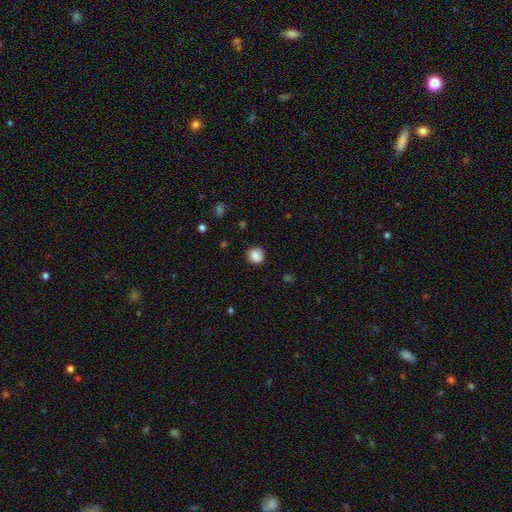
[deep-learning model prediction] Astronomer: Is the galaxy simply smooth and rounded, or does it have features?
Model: smooth — 85%.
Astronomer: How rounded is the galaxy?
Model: round — 83%.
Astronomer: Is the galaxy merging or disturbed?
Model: none — 85%.